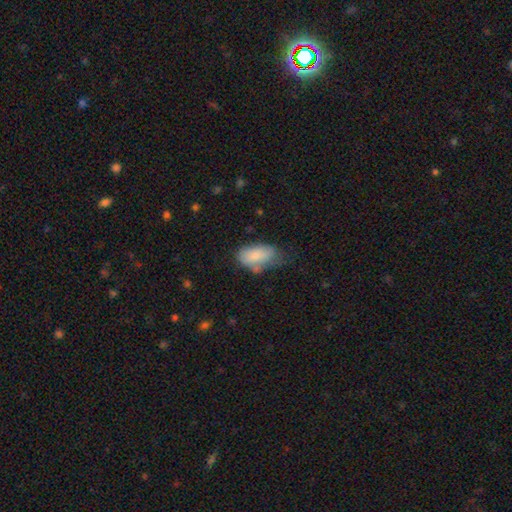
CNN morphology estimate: smooth-or-featured: smooth: 81% | featured or disk: 12% | star or artifact: 7%
  how-rounded: in between: 93% | round: 4% | cigar-shaped: 3%
  merging: none: 38% (tied) | minor disturbance: 38% (tied) | major disturbance: 15% | merger: 9%